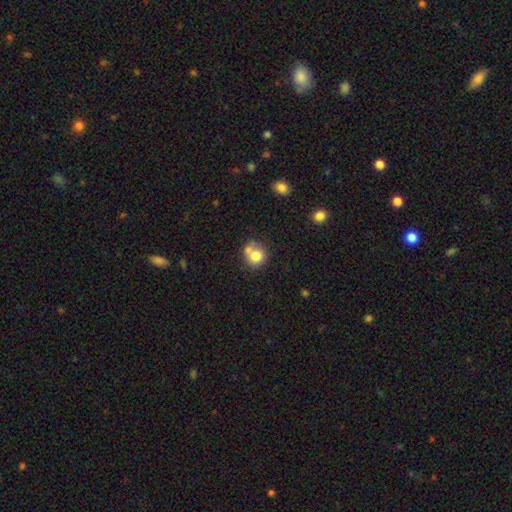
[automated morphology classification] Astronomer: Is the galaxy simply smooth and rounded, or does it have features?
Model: smooth — 76%.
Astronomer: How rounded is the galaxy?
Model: round — 84%.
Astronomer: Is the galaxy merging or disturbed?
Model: none — 47% (runner-up: merger, 36%).